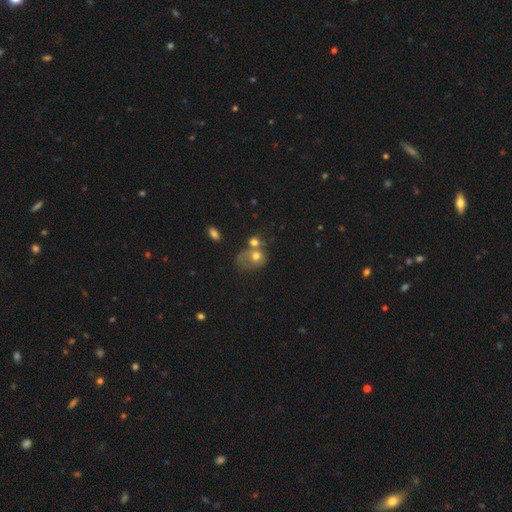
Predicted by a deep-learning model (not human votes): Smooth or featured: smooth — 63% (featured or disk — 25%)
How rounded: round — 54% (in between — 45%)
Merging: merger — 46% (none — 23%)